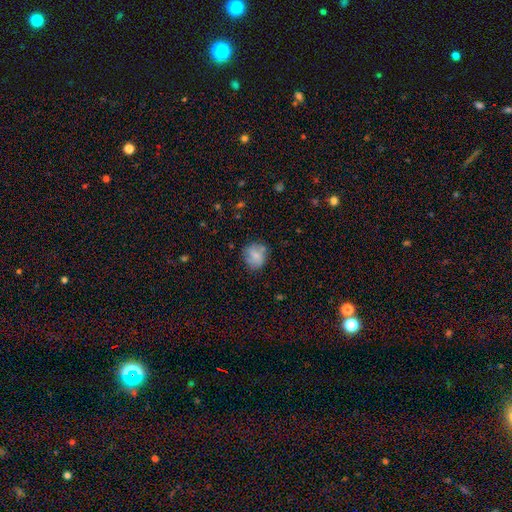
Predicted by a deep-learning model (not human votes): smooth_or_featured: smooth (p=0.73) [alt: featured or disk p=0.18]
how_rounded: round (p=0.77) [alt: in between p=0.22]
merging: none (p=0.69) [alt: minor disturbance p=0.21]